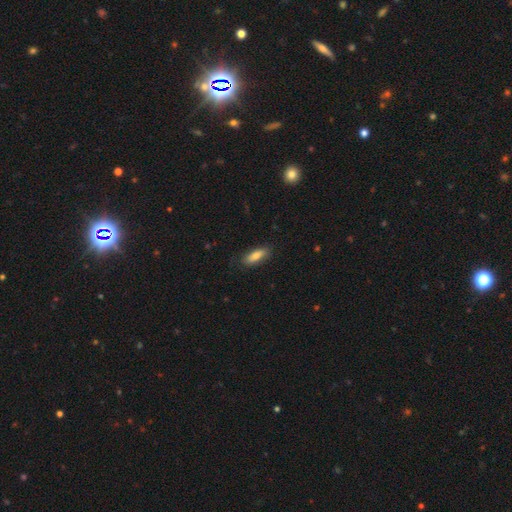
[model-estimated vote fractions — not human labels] A smooth galaxy with no disk features (78%) that is in between round and cigar-shaped (62%). Merging: none (81%).